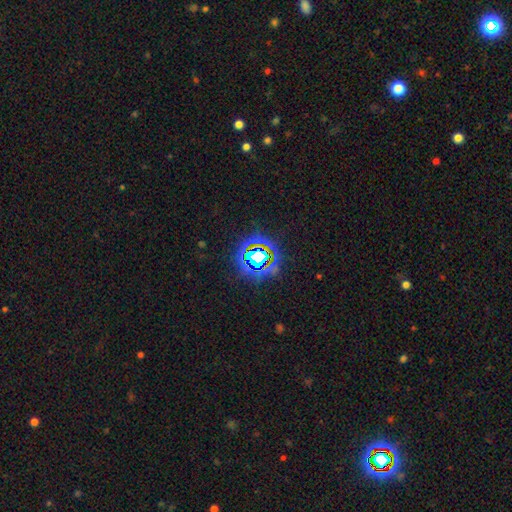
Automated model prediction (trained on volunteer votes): Q: Smooth or featured?
A: star or artifact (73%); runner-up: smooth (15%)